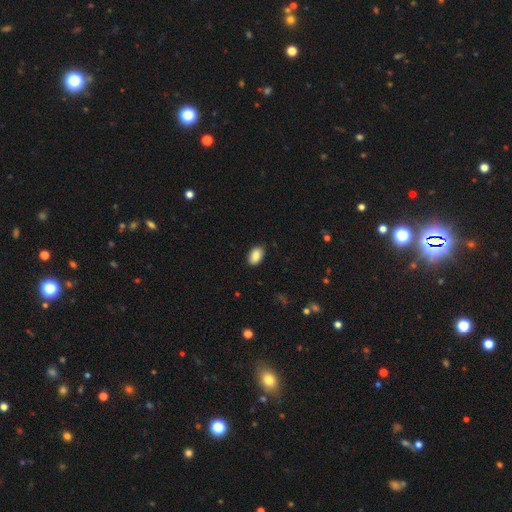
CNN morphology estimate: Q: Smooth or featured?
A: smooth (87%); runner-up: star or artifact (7%)
Q: How rounded?
A: in between (90%); runner-up: round (8%)
Q: Merging?
A: none (87%); runner-up: minor disturbance (10%)